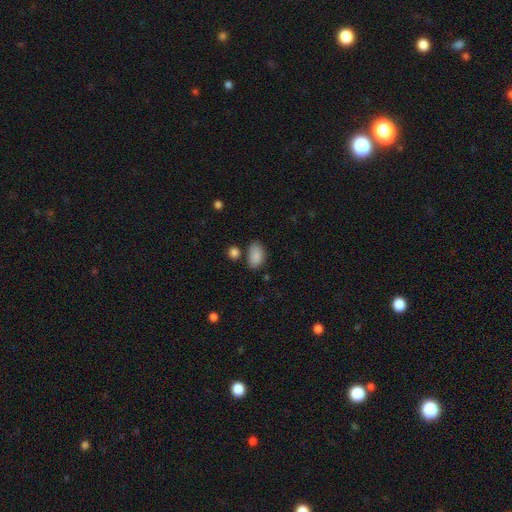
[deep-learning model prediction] Q: Smooth or featured?
A: smooth (87%); runner-up: star or artifact (8%)
Q: How rounded?
A: in between (91%); runner-up: round (7%)
Q: Merging?
A: none (66%); runner-up: minor disturbance (20%)